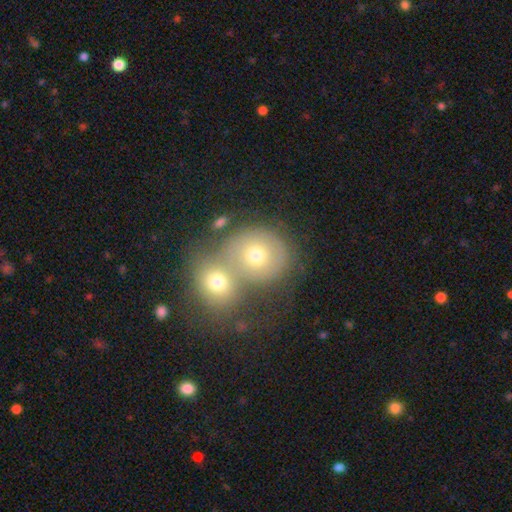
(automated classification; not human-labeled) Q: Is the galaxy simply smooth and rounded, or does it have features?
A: smooth — 63%.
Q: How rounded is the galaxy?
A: round — 79%.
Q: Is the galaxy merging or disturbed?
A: merger — 60%.